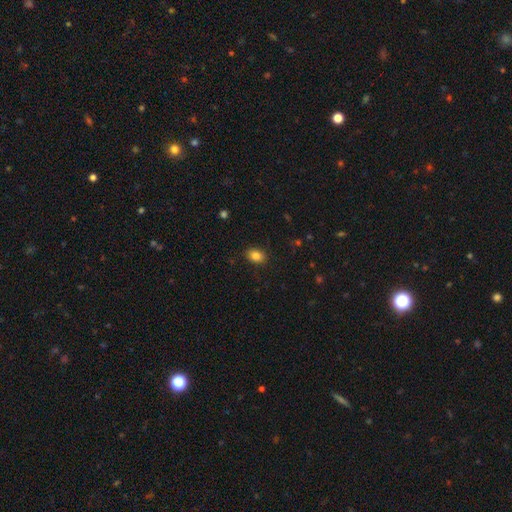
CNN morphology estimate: This appears to be a smooth galaxy with no disk features (86%) that is in between round and cigar-shaped (70%). Merging: none (88%).